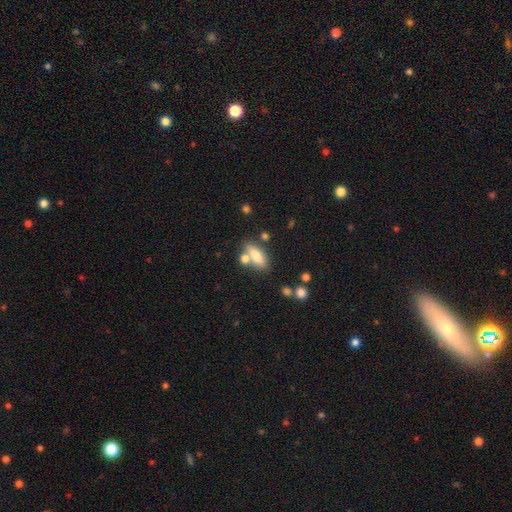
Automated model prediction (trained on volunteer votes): Smooth or featured? smooth (71%)
How rounded? in between (68%)
Merging? none (62%)